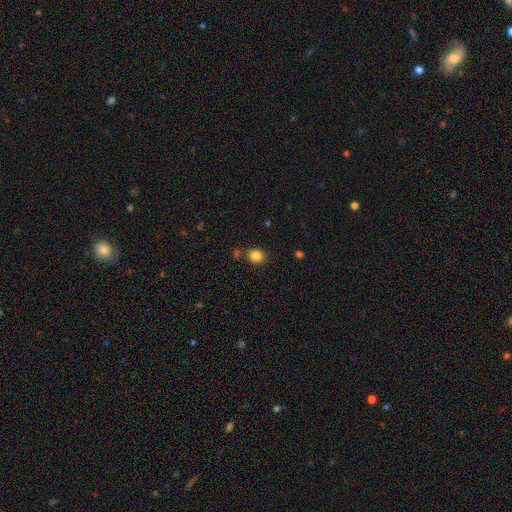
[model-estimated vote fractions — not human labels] Smooth or featured? smooth (85%)
How rounded? round (60%)
Merging? none (80%)